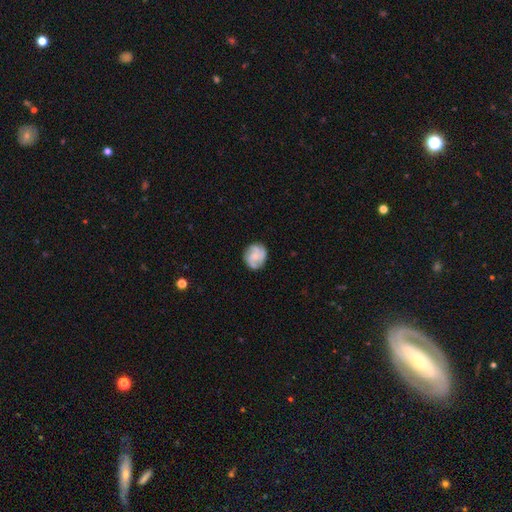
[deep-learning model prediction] A featured or disk galaxy (57%) with no bar (72%), spiral arms (86%) and a small central bulge (46%).

Vote fractions:
- Smooth or featured? featured or disk: 57% / smooth: 36% / star or artifact: 7%
- Edge-on disk? no: 98% / yes: 2%
- Bar? no: 72% / weak: 25% / strong: 4%
- Spiral arms? yes: 86% / no: 14%
- Bulge size? small: 46% / moderate: 33% / none: 16% / large: 3% / dominant: 1%
- Merging? none: 76% / minor disturbance: 17% / major disturbance: 5% / merger: 1%